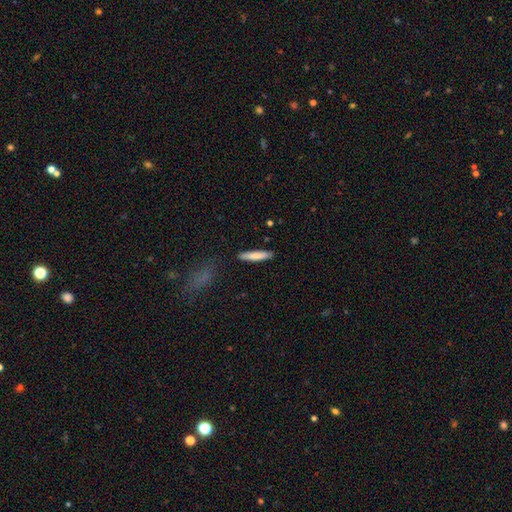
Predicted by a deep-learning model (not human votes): This is likely a smooth galaxy (78%). How rounded: clearly cigar-shaped (86%). Merging: clearly none (87%).